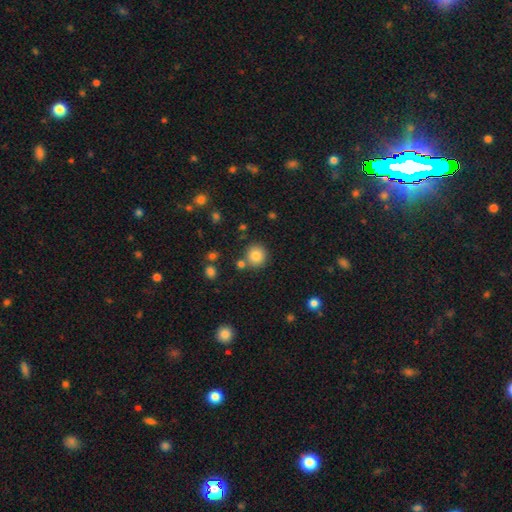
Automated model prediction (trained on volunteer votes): Overall: smooth (82%). How rounded: round (91%). Merging: none (79%).